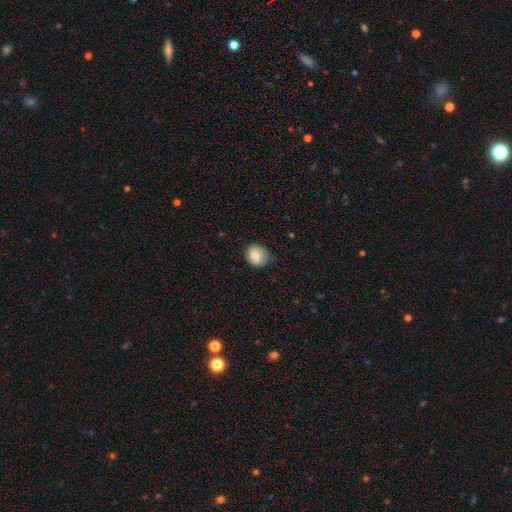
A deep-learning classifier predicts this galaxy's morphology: Smooth or featured?
  - smooth: 81% *
  - featured or disk: 11%
  - star or artifact: 8%
How rounded?
  - round: 69% *
  - in between: 30%
  - cigar-shaped: 1%
Merging?
  - none: 61% *
  - minor disturbance: 31%
  - major disturbance: 7%
  - merger: 1%